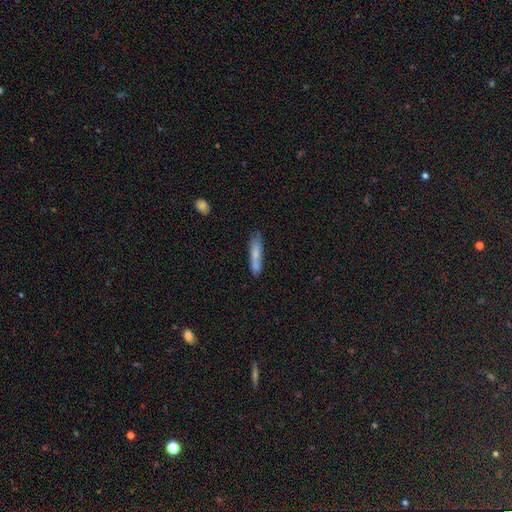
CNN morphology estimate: type=smooth (69%); roundness=cigar-shaped (84%); merging=none (66%).